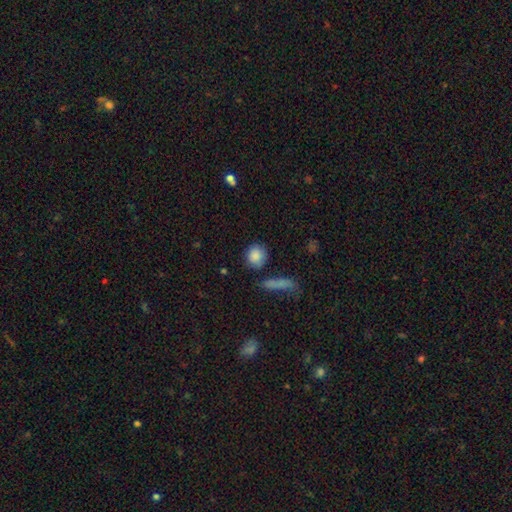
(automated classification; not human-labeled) Smooth or featured? smooth (86%)
How rounded? round (77%)
Merging? none (75%)